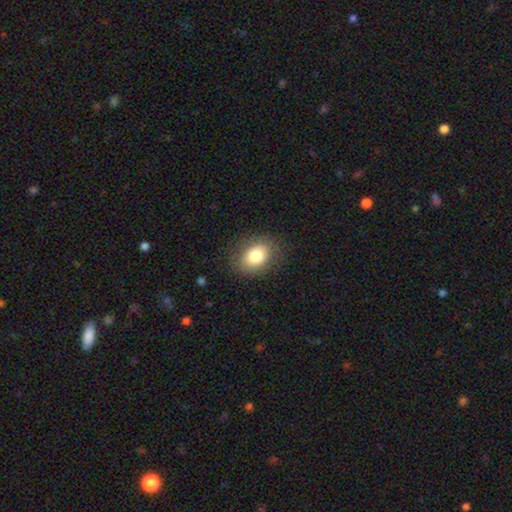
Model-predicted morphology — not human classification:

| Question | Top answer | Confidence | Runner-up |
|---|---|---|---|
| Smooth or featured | smooth | 79% | featured or disk (12%) |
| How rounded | in between | 60% | round (39%) |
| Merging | none | 84% | minor disturbance (11%) |